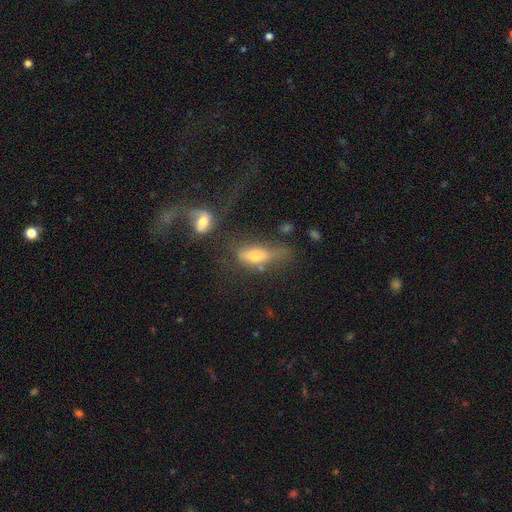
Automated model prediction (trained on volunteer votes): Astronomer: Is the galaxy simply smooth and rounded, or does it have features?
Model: smooth — 53% (runner-up: featured or disk, 36%).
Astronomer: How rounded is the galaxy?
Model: in between — 61%.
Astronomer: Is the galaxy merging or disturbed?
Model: none — 30% (runner-up: major disturbance, 28%).